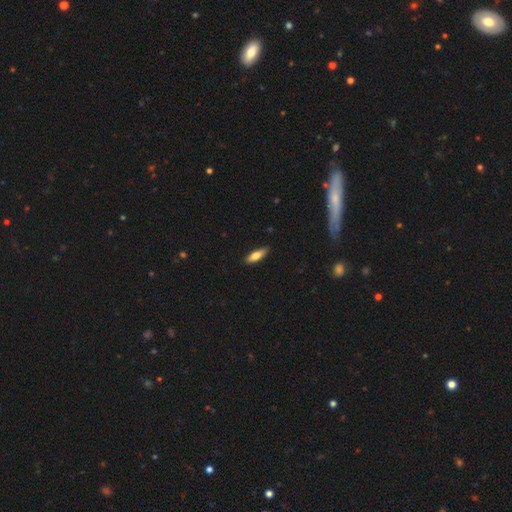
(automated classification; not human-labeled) smooth 72%, featured or disk 22%, star or artifact 6%. Down the decision tree: how rounded — in between (50%); merging — none (87%).